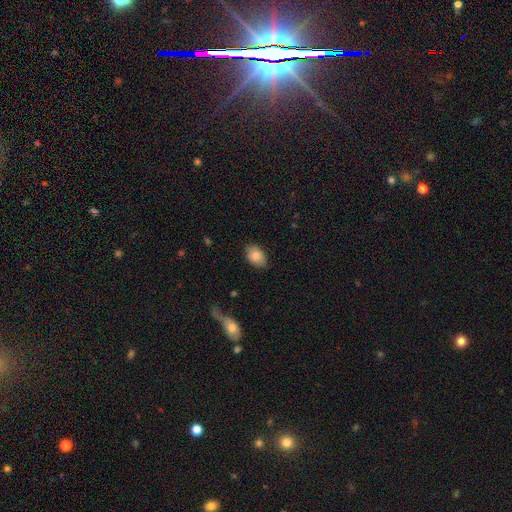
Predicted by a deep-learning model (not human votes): The model was most divided on "merging": none: 84%, minor disturbance: 12%, major disturbance: 2%, merger: 1%. More confident: how rounded — in between (88%); smooth or featured — smooth (84%).